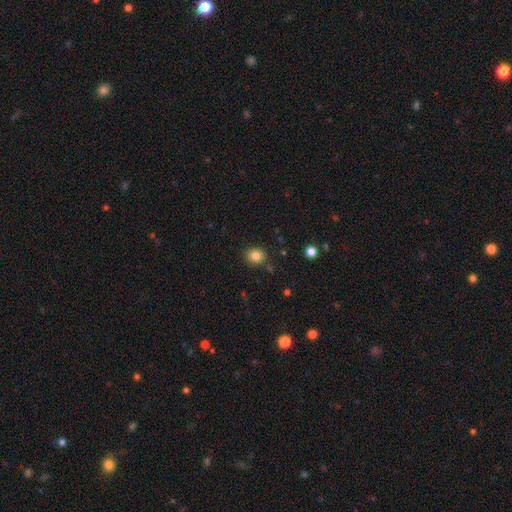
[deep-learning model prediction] Q: Smooth or featured?
A: smooth (83%); runner-up: star or artifact (11%)
Q: How rounded?
A: round (79%); runner-up: in between (20%)
Q: Merging?
A: none (85%); runner-up: minor disturbance (9%)